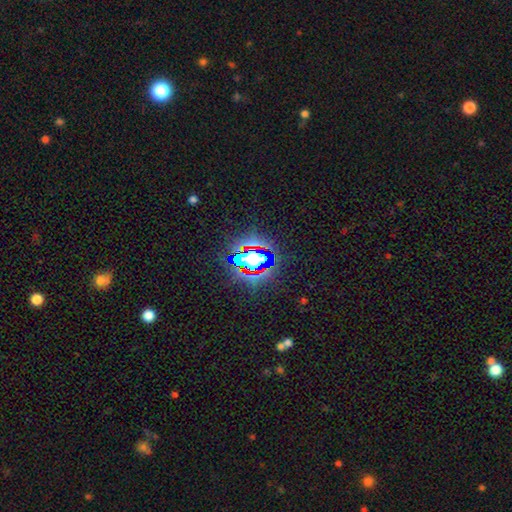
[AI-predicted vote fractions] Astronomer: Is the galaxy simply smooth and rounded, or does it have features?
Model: star or artifact — 70%.